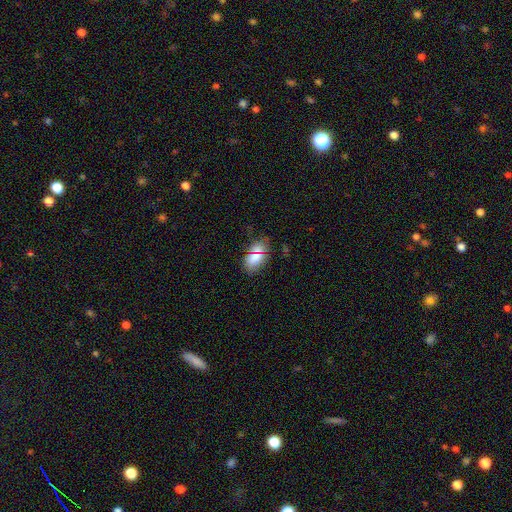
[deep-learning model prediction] Smooth or featured: smooth — 77% (star or artifact — 16%)
How rounded: in between — 89% (round — 7%)
Merging: none — 81% (minor disturbance — 14%)